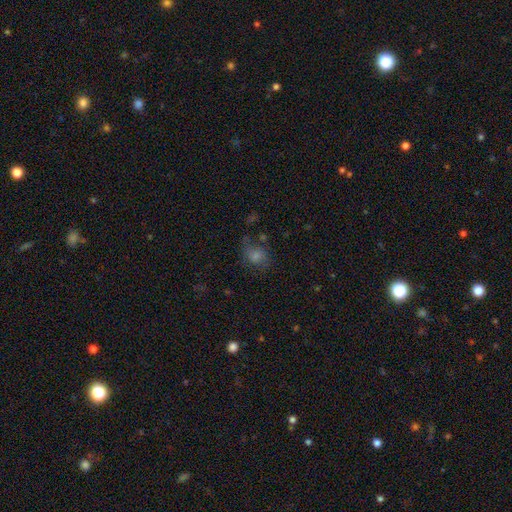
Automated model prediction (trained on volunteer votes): This is possibly a smooth galaxy (48%). Merging: likely none (61%).